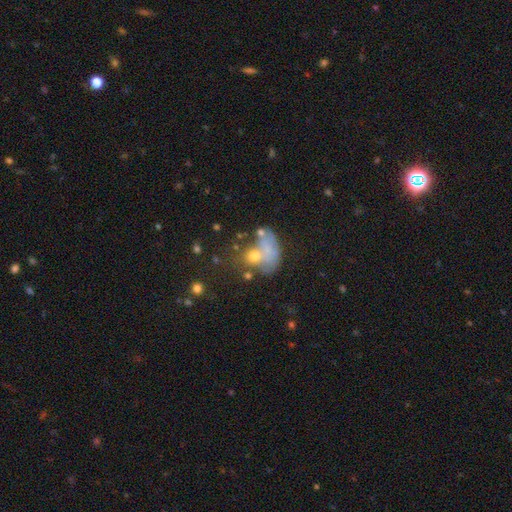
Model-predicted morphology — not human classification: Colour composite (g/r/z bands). It shows a smooth galaxy with no disk features (45%). Merging: major disturbance (28%, tied with merger).